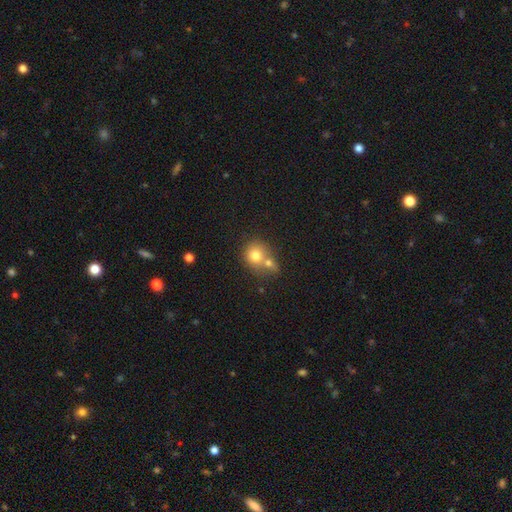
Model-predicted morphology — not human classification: Smooth or featured? Predicted: smooth (p=0.74). How rounded? Predicted: round (p=0.78). Merging? Predicted: merger (p=0.56).